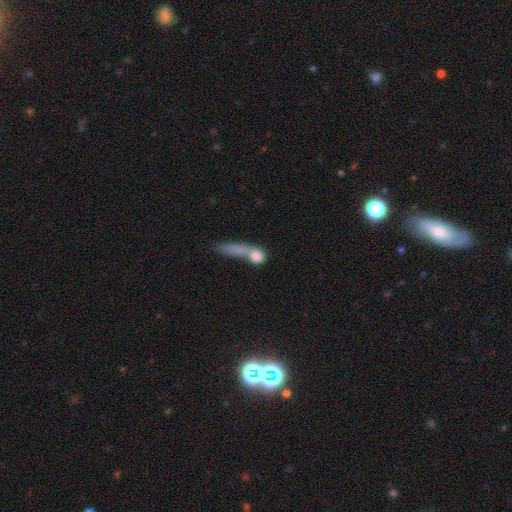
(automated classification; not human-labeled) Smooth or featured?
  - smooth: 73% *
  - featured or disk: 18%
  - star or artifact: 9%
How rounded?
  - round: 47% *
  - in between: 31%
  - cigar-shaped: 22%
Merging?
  - merger: 44% *
  - none: 27%
  - major disturbance: 18%
  - minor disturbance: 11%